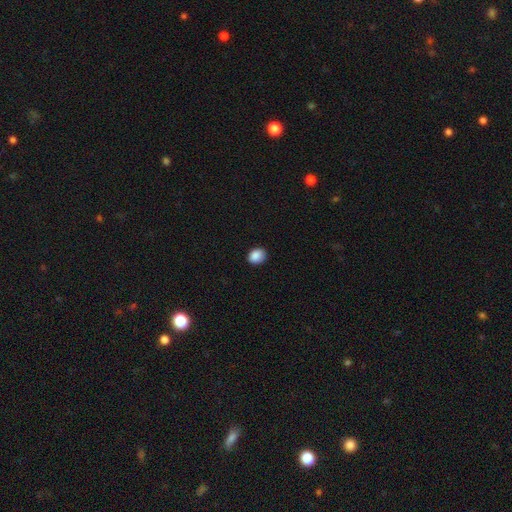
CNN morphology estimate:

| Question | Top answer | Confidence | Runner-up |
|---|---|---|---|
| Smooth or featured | smooth | 89% | star or artifact (8%) |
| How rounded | in between | 50% | round (49%) |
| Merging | none | 87% | minor disturbance (10%) |